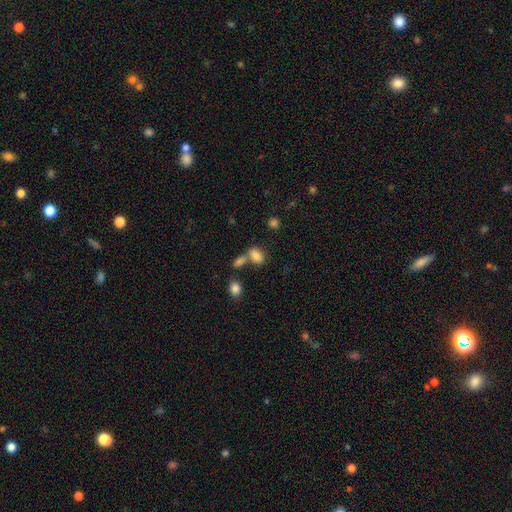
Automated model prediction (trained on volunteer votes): Q: Smooth or featured?
A: smooth (83%); runner-up: star or artifact (10%)
Q: How rounded?
A: in between (87%); runner-up: round (10%)
Q: Merging?
A: none (45%); runner-up: merger (37%)